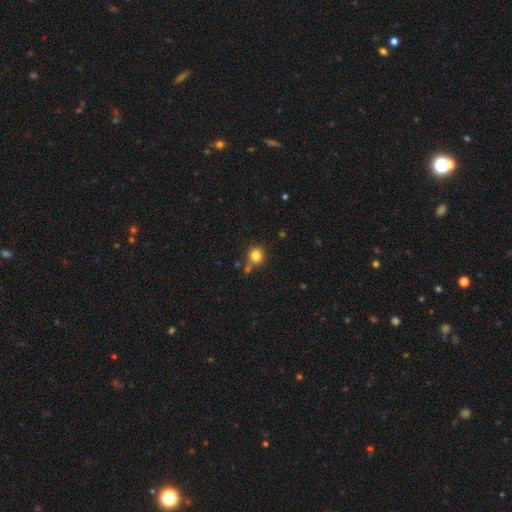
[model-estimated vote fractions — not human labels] The model was most divided on "merging": none: 67%, merger: 14%, minor disturbance: 14%, major disturbance: 4%. More confident: how rounded — round (87%); smooth or featured — smooth (82%).